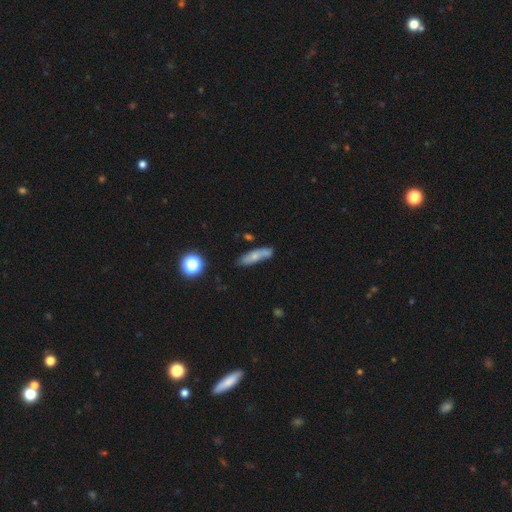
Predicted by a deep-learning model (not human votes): Overall: smooth (67%). How rounded: cigar-shaped (64%; in between 33%). Merging: none (63%; minor disturbance 23%).